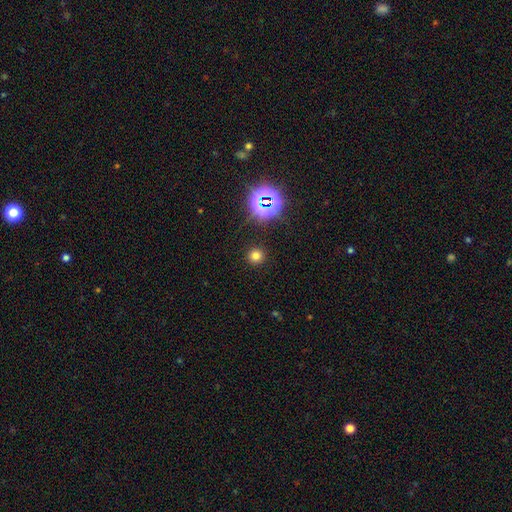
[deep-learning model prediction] Smooth or featured? Predicted: smooth (p=0.71). How rounded? Predicted: round (p=0.94). Merging? Predicted: none (p=0.91).